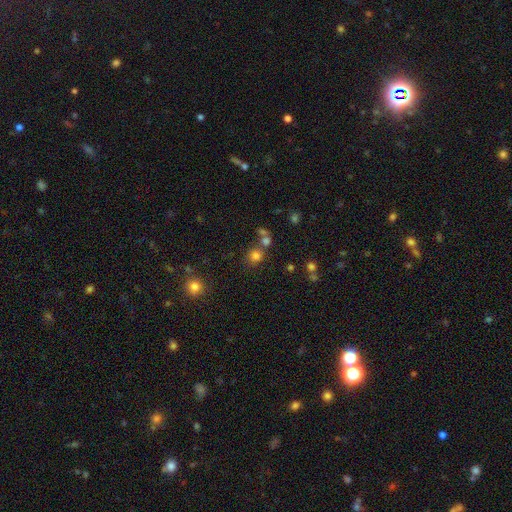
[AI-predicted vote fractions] Smooth or featured?
  - smooth: 76% *
  - star or artifact: 17%
  - featured or disk: 7%
How rounded?
  - round: 82% *
  - in between: 17%
  - cigar-shaped: 1%
Merging?
  - none: 67% *
  - merger: 18%
  - minor disturbance: 10%
  - major disturbance: 4%